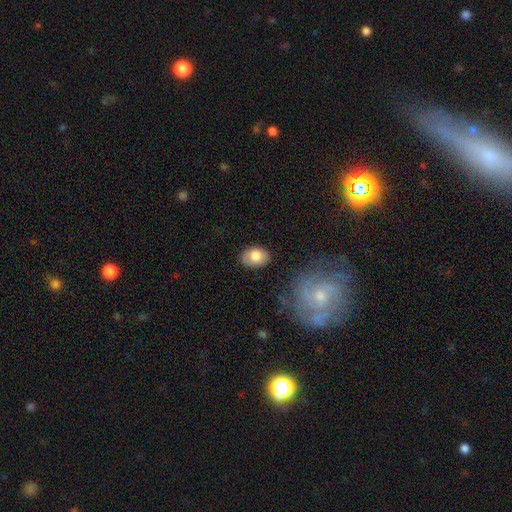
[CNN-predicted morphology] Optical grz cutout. It shows a smooth galaxy with no disk features (79%) that is in between round and cigar-shaped (79%). Merging: none (81%).